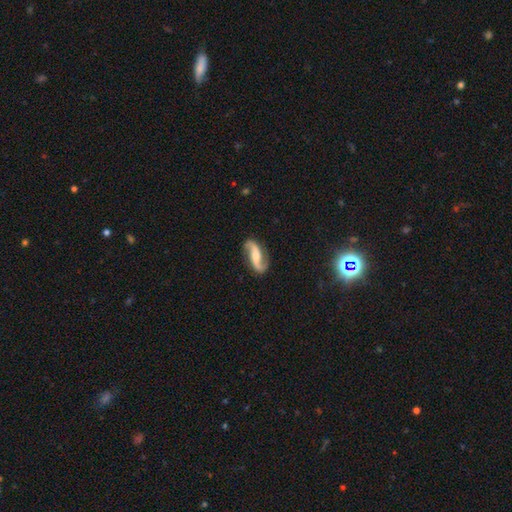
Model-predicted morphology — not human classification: Overall: featured or disk (88%). Edge-on disk: no (95%). Bar: no (37%; weak 33%). Spiral arms: yes (97%). Spiral arm count: 2 (94%). Spiral winding: loose (61%; medium 29%). Bulge size: moderate (53%; small 33%). Merging: none (85%).